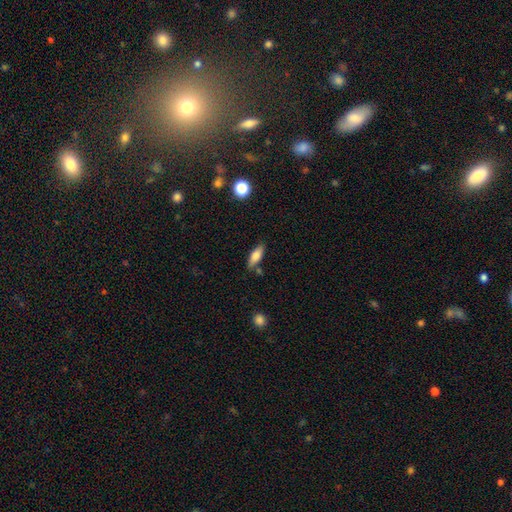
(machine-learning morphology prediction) This appears to be a smooth galaxy with no disk features (76%) that is in between round and cigar-shaped (68%). Merging: none (77%).